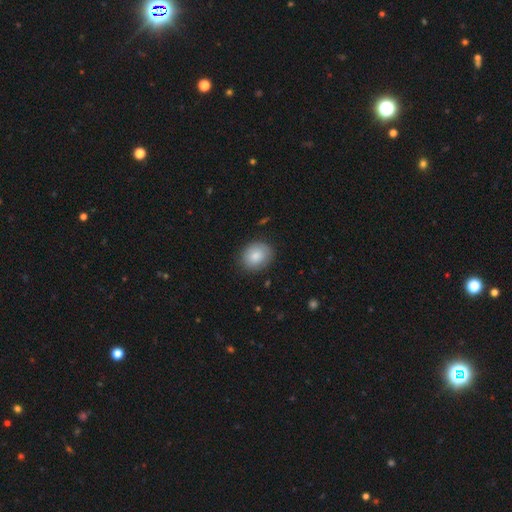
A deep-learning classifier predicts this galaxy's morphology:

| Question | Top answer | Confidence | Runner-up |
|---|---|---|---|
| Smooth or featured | smooth | 83% | featured or disk (10%) |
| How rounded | round | 57% | in between (43%) |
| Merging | none | 84% | minor disturbance (12%) |